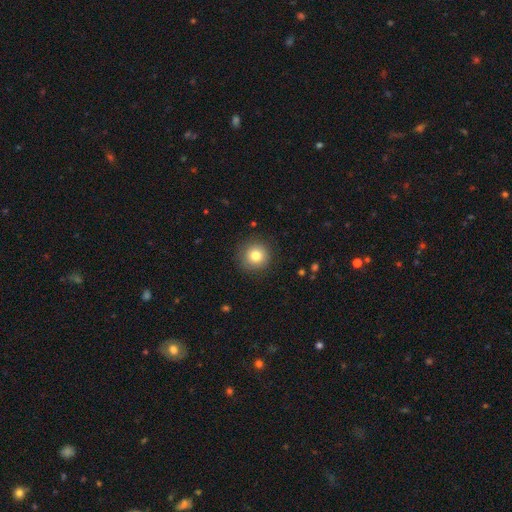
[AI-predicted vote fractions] A smooth galaxy with no disk features (80%) that is round (95%).

Vote fractions:
- Smooth or featured? smooth: 80% / star or artifact: 11% / featured or disk: 10%
- How rounded? round: 95% / in between: 4% / cigar-shaped: 1%
- Merging? none: 89% / minor disturbance: 7% / major disturbance: 3% / merger: 1%